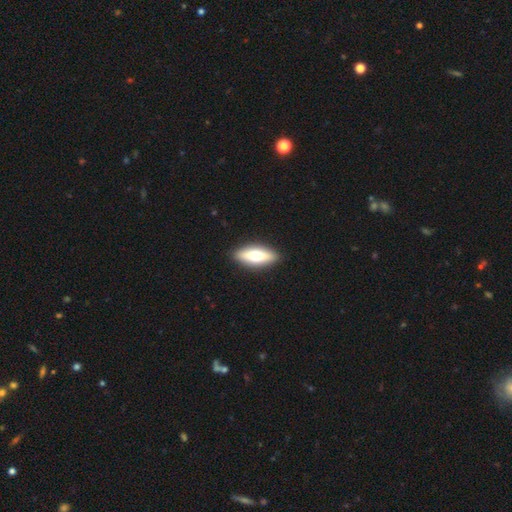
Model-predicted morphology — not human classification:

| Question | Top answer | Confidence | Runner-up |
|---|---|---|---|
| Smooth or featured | smooth | 60% | featured or disk (34%) |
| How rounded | in between | 62% | cigar-shaped (36%) |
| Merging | none | 90% | minor disturbance (7%) |